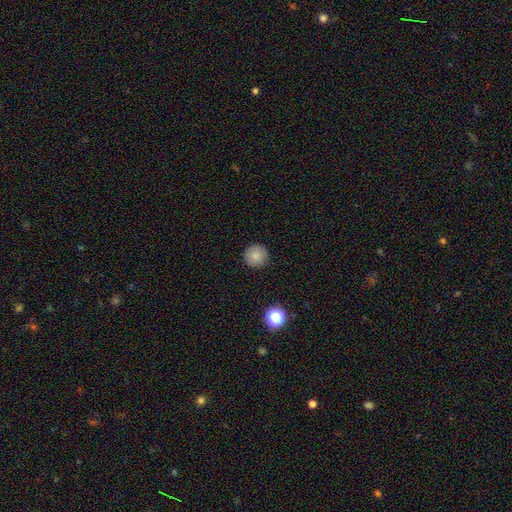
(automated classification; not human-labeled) A smooth galaxy with no disk features (83%) that is round (95%).

Vote fractions:
- Smooth or featured? smooth: 83% / star or artifact: 10% / featured or disk: 7%
- How rounded? round: 95% / in between: 4% / cigar-shaped: 1%
- Merging? none: 91% / minor disturbance: 6% / major disturbance: 2% / merger: 1%